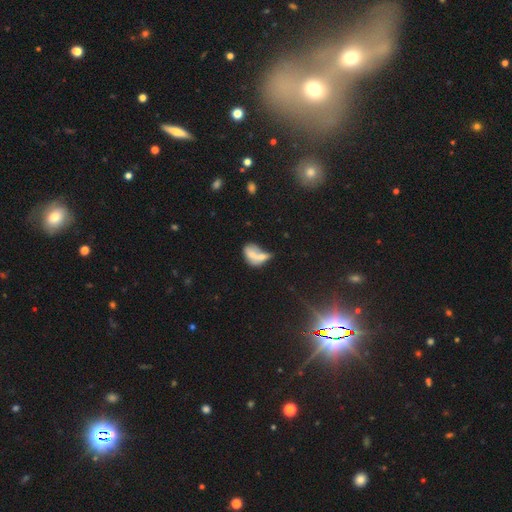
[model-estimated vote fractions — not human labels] smooth-or-featured: smooth: 61% | featured or disk: 27% | star or artifact: 12%
  how-rounded: in between: 80% | round: 14% | cigar-shaped: 6%
  merging: merger: 52% | none: 21% | major disturbance: 13% | minor disturbance: 13%